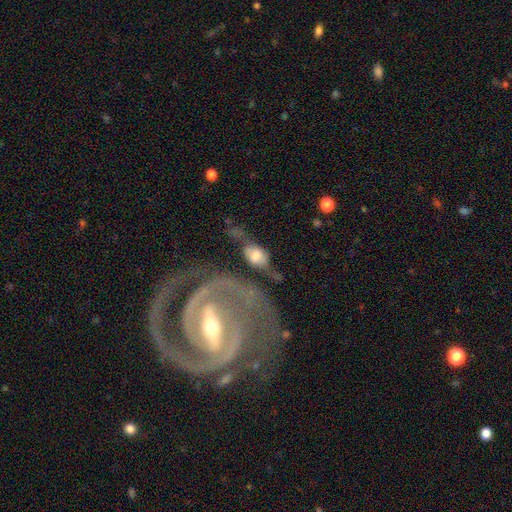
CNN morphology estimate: Smooth or featured? Predicted: featured or disk (p=0.54). Edge-on disk? Predicted: no (p=0.69). Merging? Predicted: none (p=0.39).